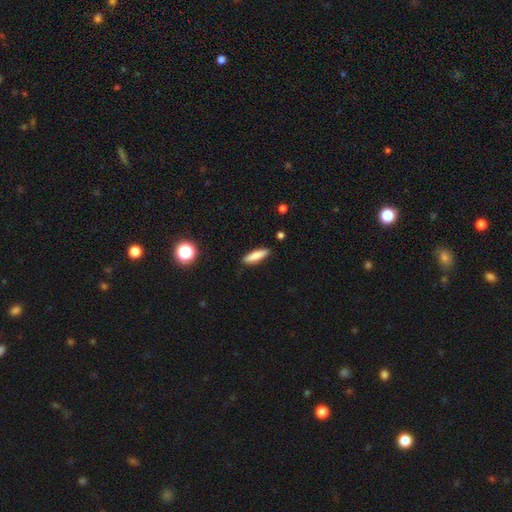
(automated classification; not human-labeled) smooth-or-featured: smooth: 79% | featured or disk: 14% | star or artifact: 7%
  how-rounded: cigar-shaped: 67% | in between: 31% | round: 2%
  merging: none: 88% | minor disturbance: 9% | major disturbance: 2% | merger: 1%